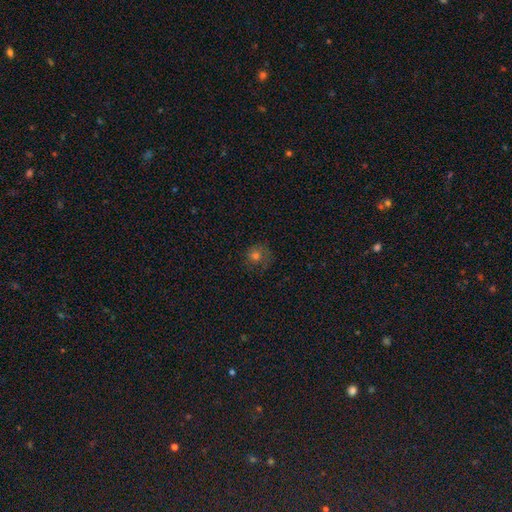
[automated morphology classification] smooth-or-featured: smooth: 62% | star or artifact: 20% | featured or disk: 18%
  how-rounded: round: 85% | in between: 14% | cigar-shaped: 1%
  merging: none: 63% | minor disturbance: 21% | major disturbance: 14% | merger: 2%